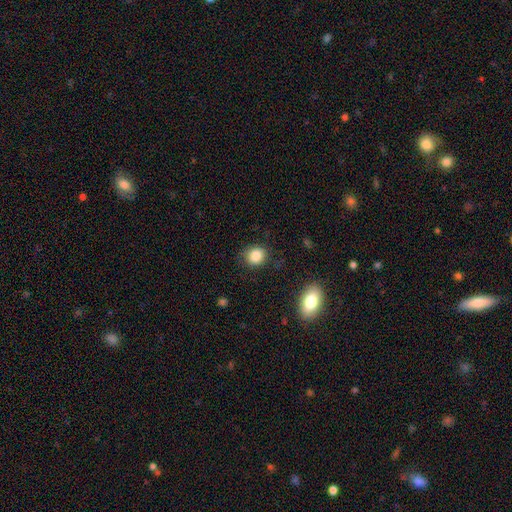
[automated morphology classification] This is clearly a smooth galaxy (85%). How rounded: likely round (71%). Merging: likely none (80%).